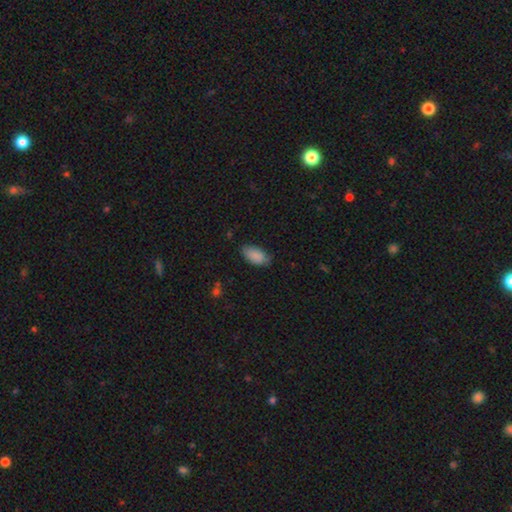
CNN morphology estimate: Smooth or featured?
  - smooth: 87% *
  - star or artifact: 7%
  - featured or disk: 6%
How rounded?
  - in between: 94% *
  - cigar-shaped: 3%
  - round: 3%
Merging?
  - none: 74% *
  - minor disturbance: 21%
  - major disturbance: 4%
  - merger: 1%